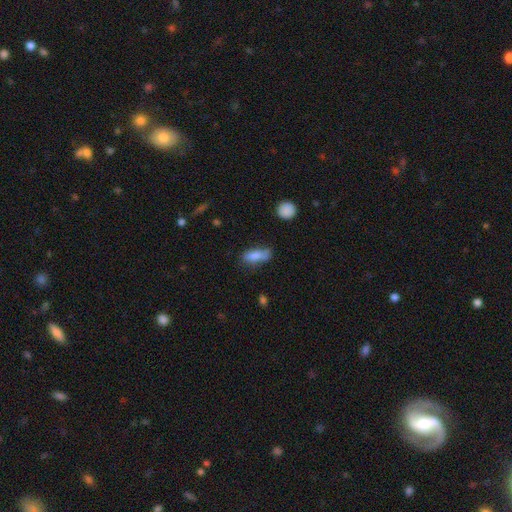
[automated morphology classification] Q: Smooth or featured?
A: smooth (79%); runner-up: featured or disk (13%)
Q: How rounded?
A: in between (72%); runner-up: cigar-shaped (24%)
Q: Merging?
A: none (51%); runner-up: minor disturbance (31%)